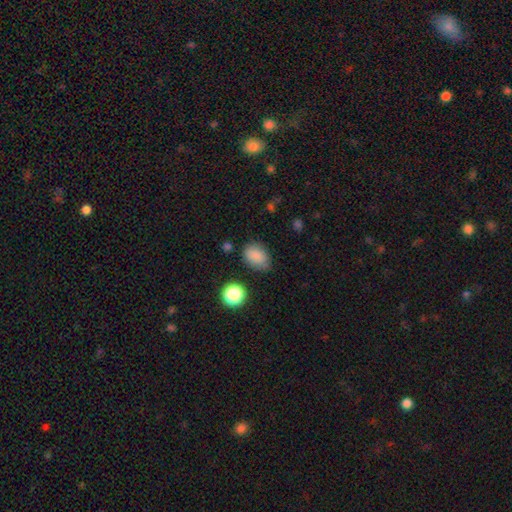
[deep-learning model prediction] A smooth galaxy with no disk features (84%) that is in between round and cigar-shaped (77%).

Vote fractions:
- Smooth or featured? smooth: 84% / star or artifact: 10% / featured or disk: 6%
- How rounded? in between: 77% / round: 22% / cigar-shaped: 1%
- Merging? none: 69% / minor disturbance: 23% / major disturbance: 5% / merger: 3%